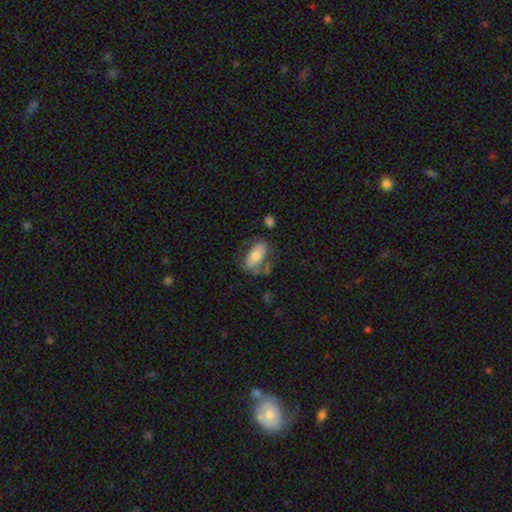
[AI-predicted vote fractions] smooth 61%, featured or disk 32%, star or artifact 7%. Down the decision tree: how rounded — in between (89%); merging — none (53%).